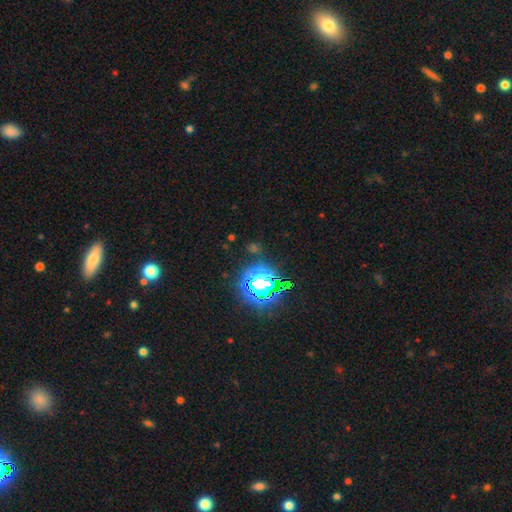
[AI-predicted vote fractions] Smooth or featured?
  - star or artifact: 80% *
  - smooth: 13%
  - featured or disk: 7%